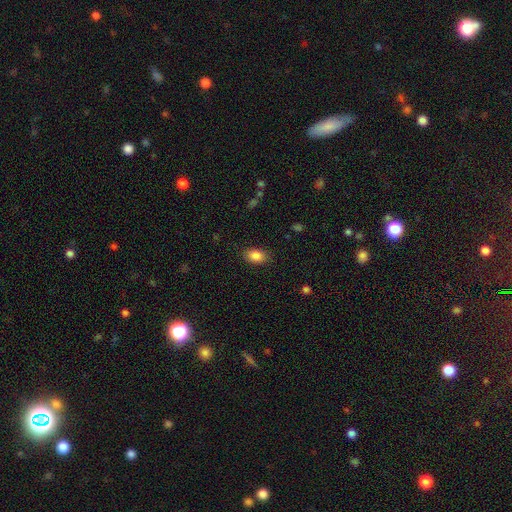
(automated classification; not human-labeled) smooth_or_featured: smooth (p=0.86) [alt: star or artifact p=0.08]
how_rounded: in between (p=0.86) [alt: round p=0.13]
merging: none (p=0.86) [alt: minor disturbance p=0.10]